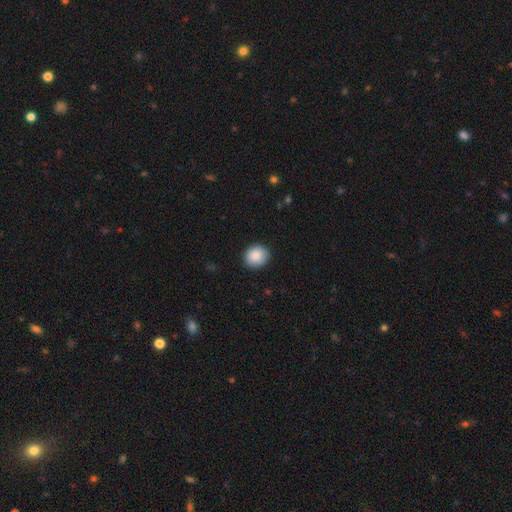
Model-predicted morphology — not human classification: Smooth or featured? Predicted: smooth (p=0.88). How rounded? Predicted: round (p=0.77). Merging? Predicted: none (p=0.89).